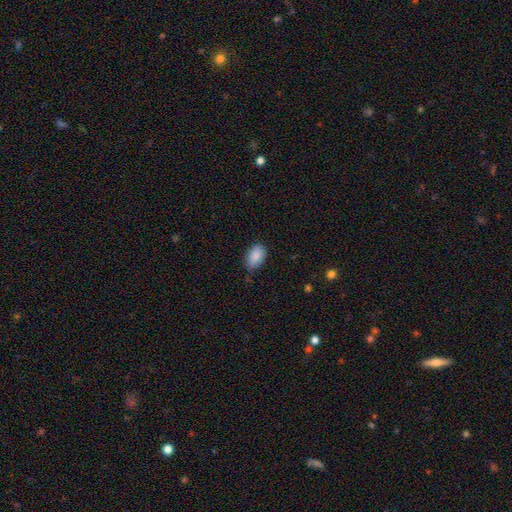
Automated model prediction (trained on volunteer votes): Smooth or featured?
  - smooth: 88% *
  - star or artifact: 7%
  - featured or disk: 5%
How rounded?
  - in between: 91% *
  - round: 7%
  - cigar-shaped: 2%
Merging?
  - none: 68% *
  - minor disturbance: 27%
  - major disturbance: 4%
  - merger: 2%